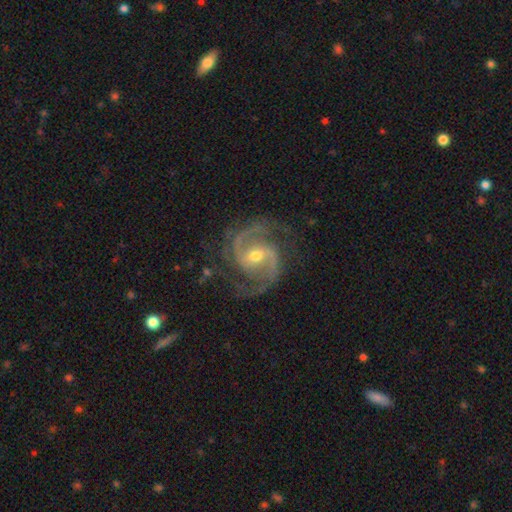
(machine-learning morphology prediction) featured or disk 93%, star or artifact 5%, smooth 2%. Down the decision tree: edge-on disk — no (98%); bar — weak (43%); spiral arms — yes (99%); spiral arm count — 2 (89%); spiral winding — medium (63%); bulge size — moderate (51%); merging — none (78%).